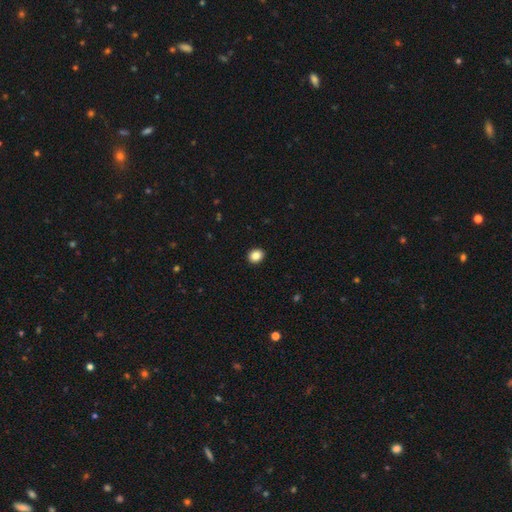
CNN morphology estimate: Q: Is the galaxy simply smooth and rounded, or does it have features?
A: smooth — 87%.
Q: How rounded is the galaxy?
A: round — 62%.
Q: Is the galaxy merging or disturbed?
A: none — 92%.